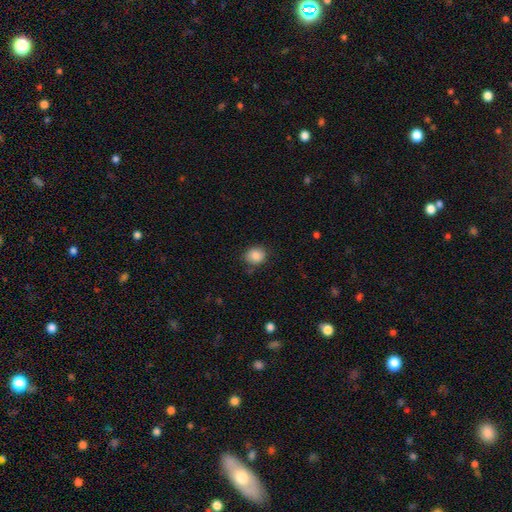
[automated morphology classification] Smooth or featured? smooth (87%)
How rounded? round (70%)
Merging? none (80%)